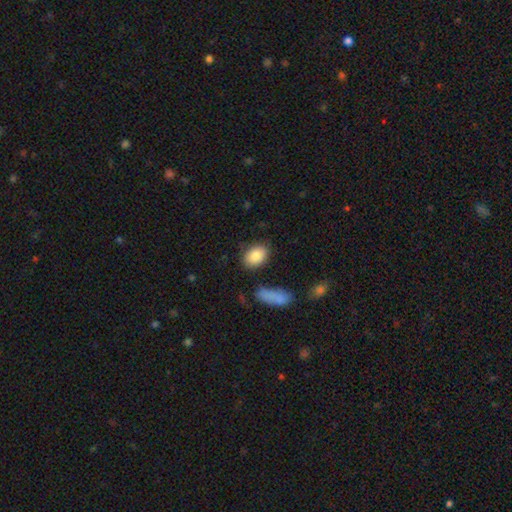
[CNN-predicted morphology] Smooth or featured?
  - smooth: 86% *
  - featured or disk: 7%
  - star or artifact: 7%
How rounded?
  - in between: 80% *
  - round: 18%
  - cigar-shaped: 2%
Merging?
  - none: 77% *
  - minor disturbance: 14%
  - merger: 5%
  - major disturbance: 4%